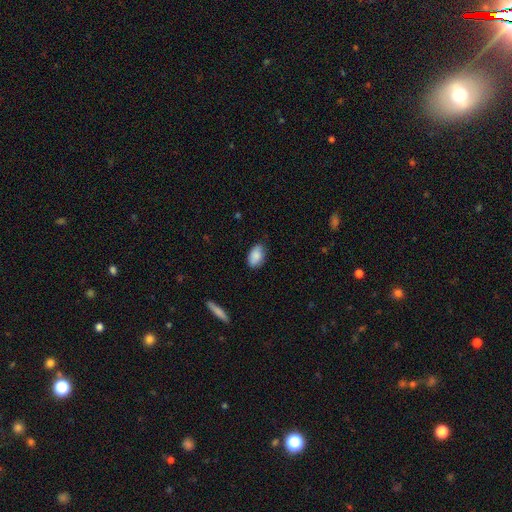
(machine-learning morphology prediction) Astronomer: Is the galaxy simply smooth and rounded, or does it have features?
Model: smooth — 86%.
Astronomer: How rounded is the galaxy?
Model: in between — 92%.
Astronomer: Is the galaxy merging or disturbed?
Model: none — 78%.